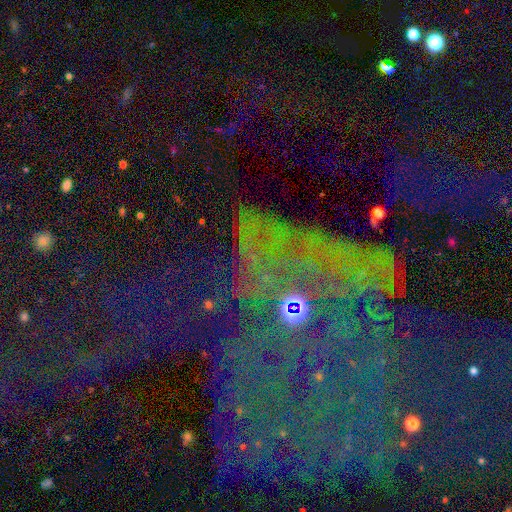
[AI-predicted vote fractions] Smooth or featured? star or artifact (74%)